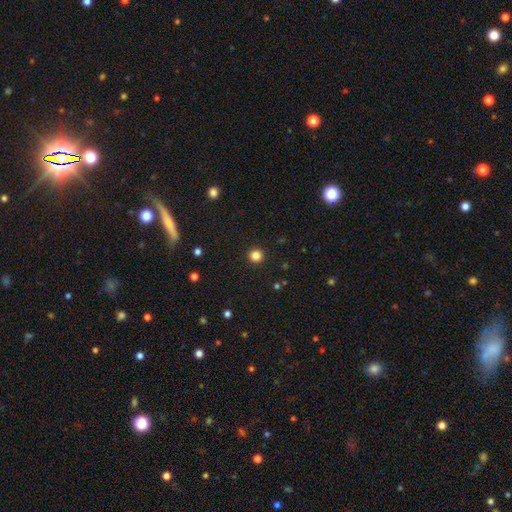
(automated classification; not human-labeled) A smooth galaxy with no disk features (84%) that is round (95%).

Vote fractions:
- Smooth or featured? smooth: 84% / star or artifact: 13% / featured or disk: 4%
- How rounded? round: 95% / in between: 4% / cigar-shaped: 1%
- Merging? none: 93% / minor disturbance: 4% / major disturbance: 2% / merger: 1%